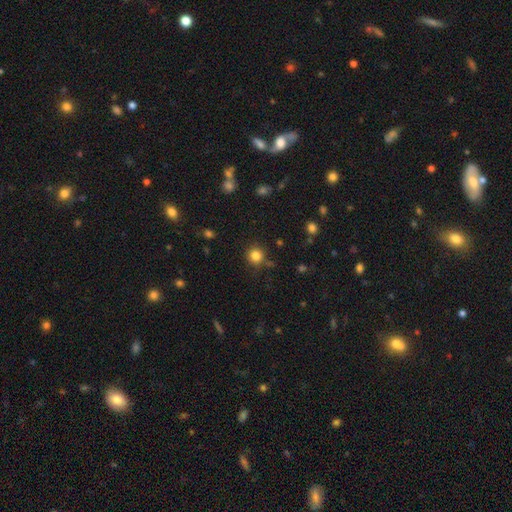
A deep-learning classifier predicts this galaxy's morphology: smooth 82%, star or artifact 13%, featured or disk 5%. Down the decision tree: how rounded — round (93%); merging — none (86%).